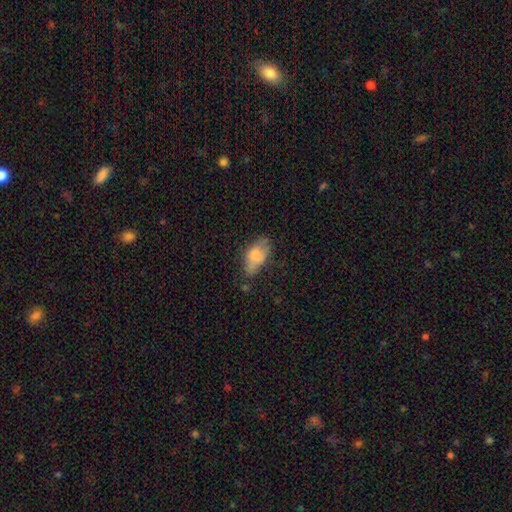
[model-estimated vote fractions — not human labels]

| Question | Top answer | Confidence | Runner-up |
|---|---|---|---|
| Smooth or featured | smooth | 74% | featured or disk (18%) |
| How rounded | in between | 91% | cigar-shaped (5%) |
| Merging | none | 52% | minor disturbance (31%) |